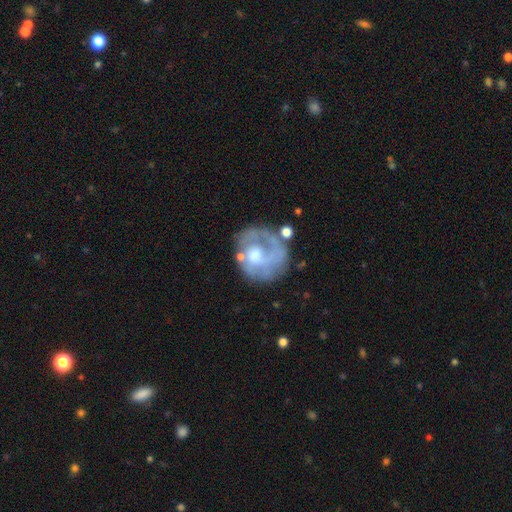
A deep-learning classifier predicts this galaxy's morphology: Smooth or featured: featured or disk — 66% (smooth — 26%)
Edge-on disk: no — 97% (yes — 3%)
Bar: no — 74% (weak — 21%)
Spiral arms: yes — 58% (no — 42%)
Bulge size: moderate — 52% (small — 18%)
Merging: none — 56% (minor disturbance — 20%)